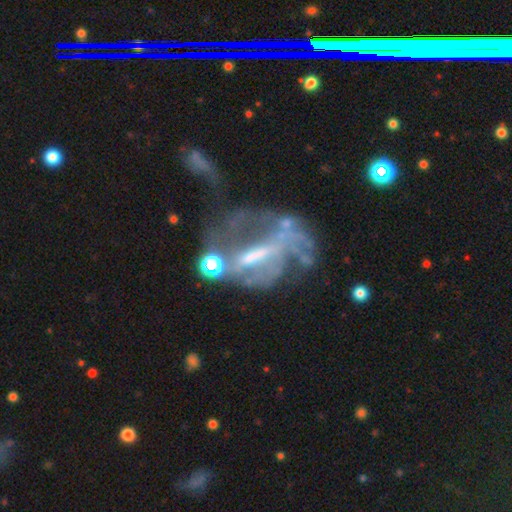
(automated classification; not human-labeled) Q: Smooth or featured?
A: featured or disk (72%); runner-up: star or artifact (14%)
Q: Edge-on disk?
A: no (92%); runner-up: yes (8%)
Q: Bar?
A: strong (50%); runner-up: weak (28%)
Q: Spiral arms?
A: no (52%); runner-up: yes (48%)
Q: Bulge size?
A: none (37%); runner-up: small (31%)
Q: Merging?
A: major disturbance (44%); runner-up: none (24%)